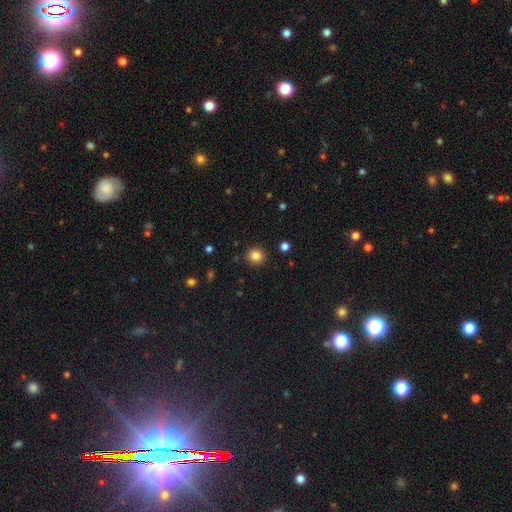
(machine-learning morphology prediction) Overall: smooth (84%). How rounded: round (92%). Merging: none (91%).